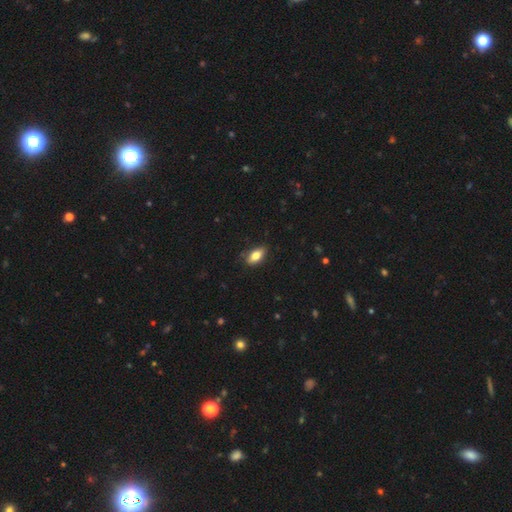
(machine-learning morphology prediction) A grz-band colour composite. It shows a smooth galaxy with no disk features (78%) that is in between round and cigar-shaped (87%). Merging: none (81%).